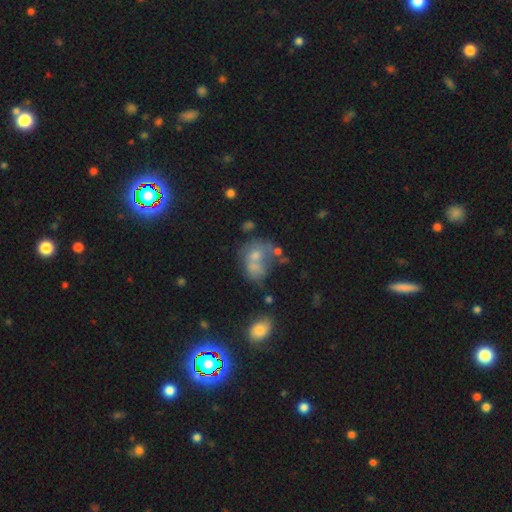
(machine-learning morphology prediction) Smooth or featured: smooth — 49% (featured or disk — 29%)
Merging: merger — 44% (none — 27%)